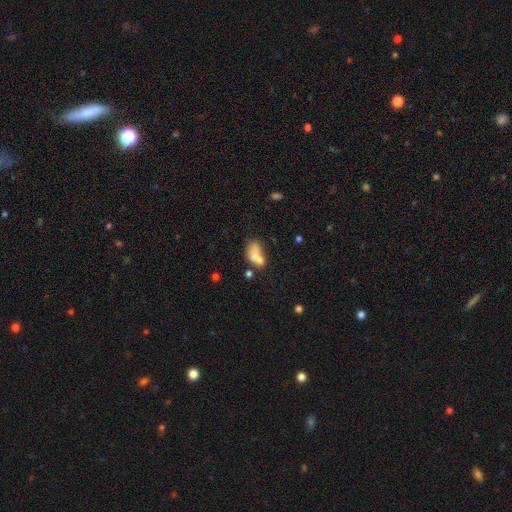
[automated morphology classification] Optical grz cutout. It shows a smooth galaxy with no disk features (68%) that is in between round and cigar-shaped (82%). Merging: merger (46%).